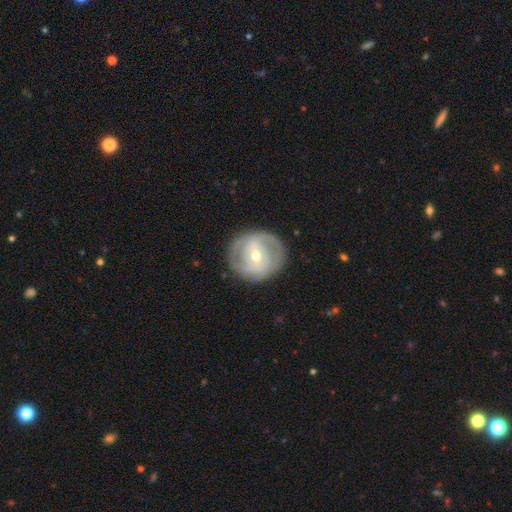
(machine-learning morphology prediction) Smooth or featured?
  - featured or disk: 75% *
  - smooth: 20%
  - star or artifact: 5%
Edge-on disk?
  - no: 97% *
  - yes: 3%
Bar?
  - weak: 44% *
  - no: 33%
  - strong: 23%
Spiral arms?
  - yes: 79% *
  - no: 21%
Spiral winding?
  - tight: 55% *
  - medium: 34%
  - loose: 12%
Spiral arm count?
  - 2: 59% *
  - can't tell: 24%
  - 3: 9%
  - 1: 3%
  - 4: 3%
  - more than 4: 2%
Bulge size?
  - moderate: 50% *
  - small: 46%
  - large: 2%
  - none: 1%
  - dominant: 1%
Merging?
  - none: 82% *
  - minor disturbance: 12%
  - major disturbance: 5%
  - merger: 1%